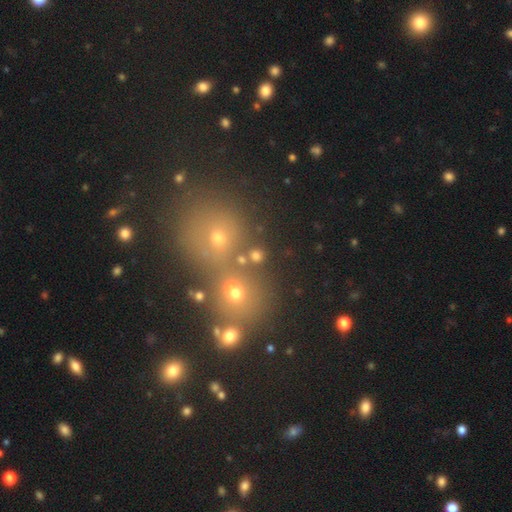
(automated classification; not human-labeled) A smooth galaxy with no disk features (69%) that is round (83%).

Vote fractions:
- Smooth or featured? smooth: 69% / star or artifact: 22% / featured or disk: 9%
- How rounded? round: 83% / in between: 15% / cigar-shaped: 2%
- Merging? none: 69% / merger: 18% / minor disturbance: 8% / major disturbance: 5%